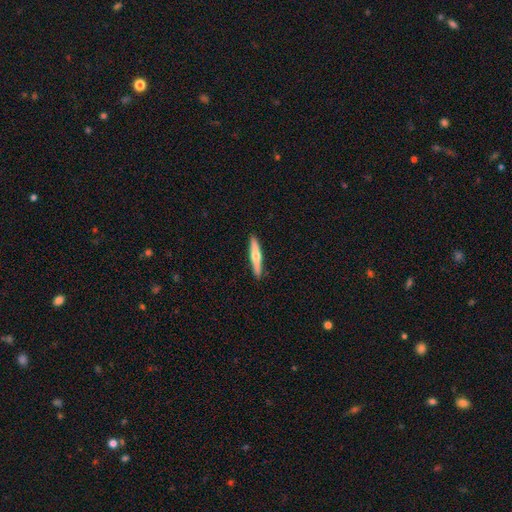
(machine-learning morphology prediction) type=featured or disk (49%); merging=none (91%).